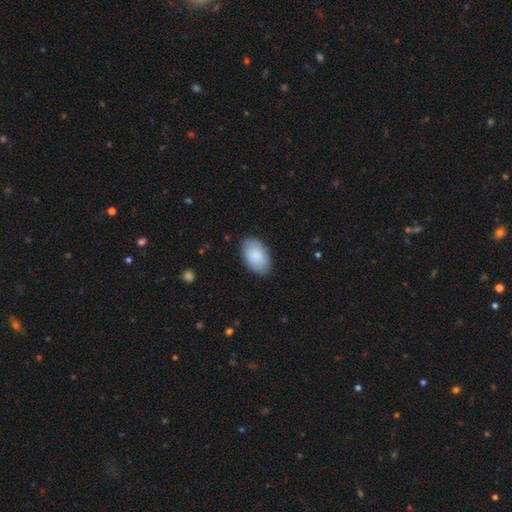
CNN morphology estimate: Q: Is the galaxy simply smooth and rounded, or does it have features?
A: smooth — 87%.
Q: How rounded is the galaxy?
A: in between — 94%.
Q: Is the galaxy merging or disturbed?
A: none — 84%.